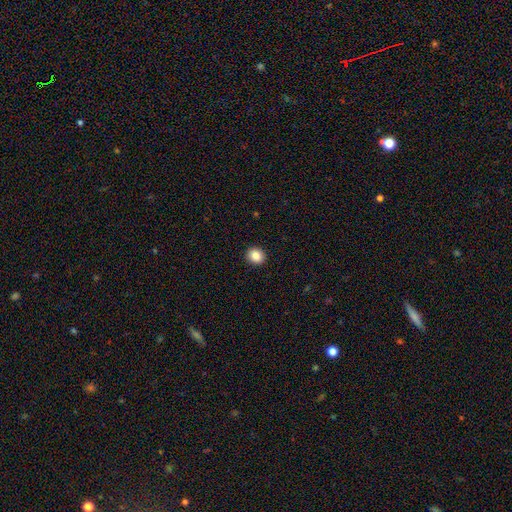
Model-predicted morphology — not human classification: This appears to be a smooth galaxy with no disk features (86%) that is round (78%). Merging: none (92%).